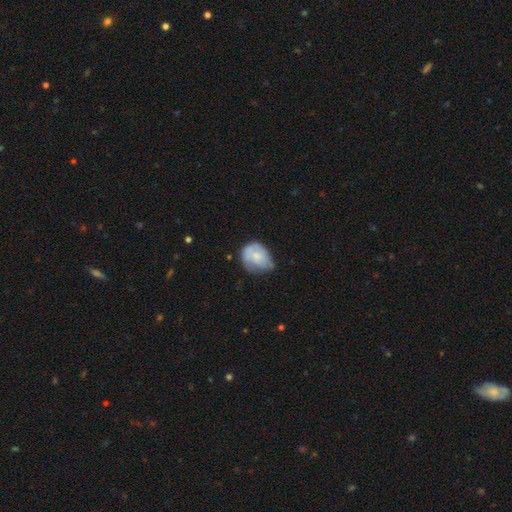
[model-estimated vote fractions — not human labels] A smooth galaxy with no disk features (57%) that is round (57%).

Vote fractions:
- Smooth or featured? smooth: 57% / featured or disk: 36% / star or artifact: 7%
- How rounded? round: 57% / in between: 42% / cigar-shaped: 1%
- Merging? minor disturbance: 39% (tied) / none: 39% (tied) / major disturbance: 18% / merger: 4%